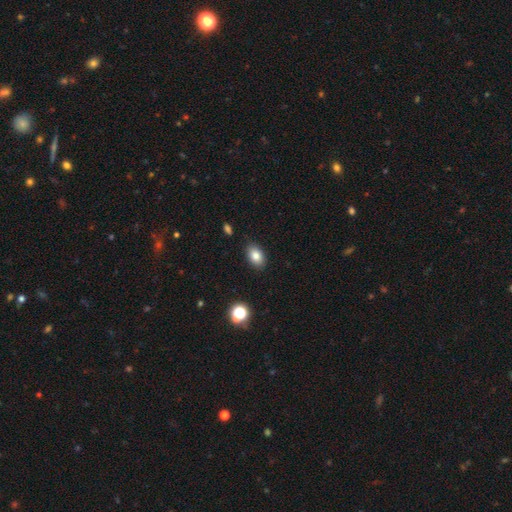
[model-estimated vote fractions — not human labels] Smooth or featured? Predicted: smooth (p=0.83). How rounded? Predicted: in between (p=0.85). Merging? Predicted: none (p=0.87).